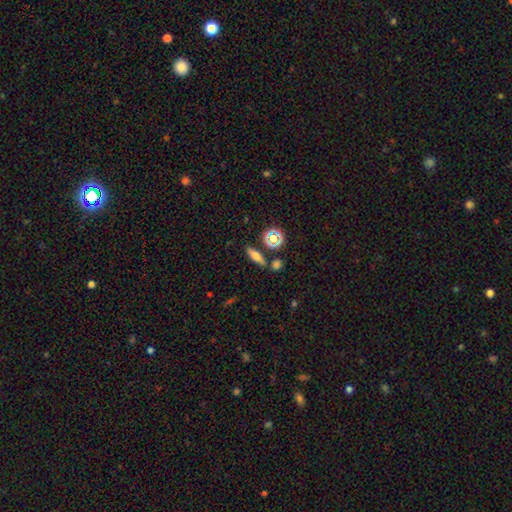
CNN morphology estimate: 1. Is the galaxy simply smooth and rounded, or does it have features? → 60% smooth, 23% featured or disk, 16% star or artifact.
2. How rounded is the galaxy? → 52% cigar-shaped, 39% in between, 8% round.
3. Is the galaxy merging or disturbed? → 75% none, 11% merger, 10% minor disturbance, 4% major disturbance.